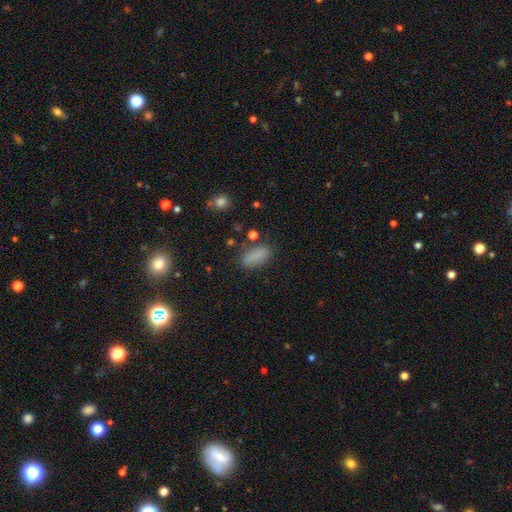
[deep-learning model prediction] A smooth galaxy with no disk features (83%) that is in between round and cigar-shaped (84%).

Vote fractions:
- Smooth or featured? smooth: 83% / star or artifact: 11% / featured or disk: 6%
- How rounded? in between: 84% / cigar-shaped: 12% / round: 4%
- Merging? none: 77% / minor disturbance: 15% / major disturbance: 5% / merger: 4%